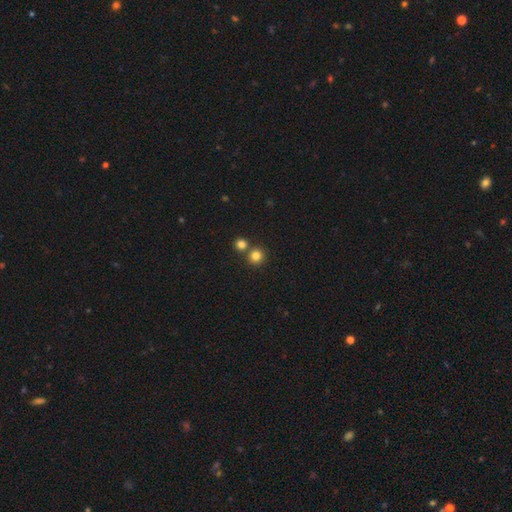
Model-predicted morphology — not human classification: smooth-or-featured: smooth: 81% | star or artifact: 13% | featured or disk: 6%
  how-rounded: round: 92% | in between: 7% | cigar-shaped: 1%
  merging: none: 70% | merger: 22% | minor disturbance: 6% | major disturbance: 2%